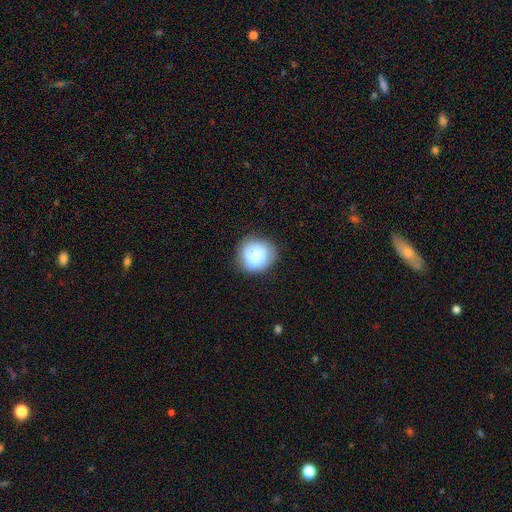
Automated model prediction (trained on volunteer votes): The model was most divided on "smooth or featured": smooth: 73%, featured or disk: 18%, star or artifact: 8%. More confident: how rounded — round (87%); merging — none (78%).